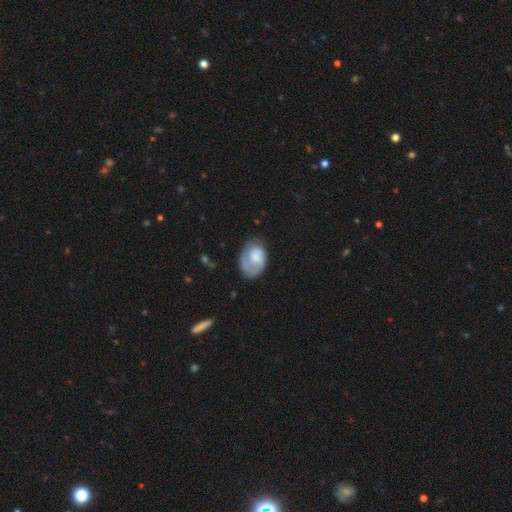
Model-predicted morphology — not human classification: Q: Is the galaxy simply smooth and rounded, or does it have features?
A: smooth — 52%.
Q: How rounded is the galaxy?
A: in between — 81%.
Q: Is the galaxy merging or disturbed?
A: none — 52%.